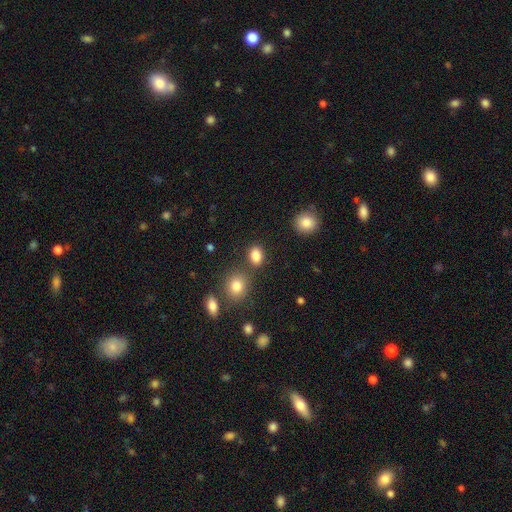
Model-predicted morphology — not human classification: Smooth or featured? Predicted: smooth (p=0.85). How rounded? Predicted: in between (p=0.69). Merging? Predicted: none (p=0.75).